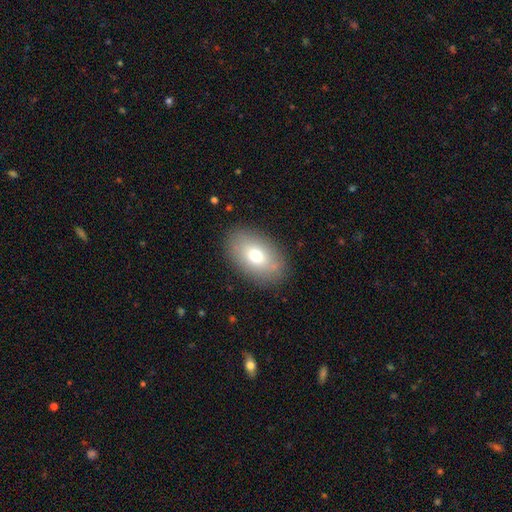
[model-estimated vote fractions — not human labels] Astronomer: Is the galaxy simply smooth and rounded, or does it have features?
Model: smooth — 74%.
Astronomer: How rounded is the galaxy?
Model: in between — 89%.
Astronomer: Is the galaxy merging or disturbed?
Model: none — 85%.